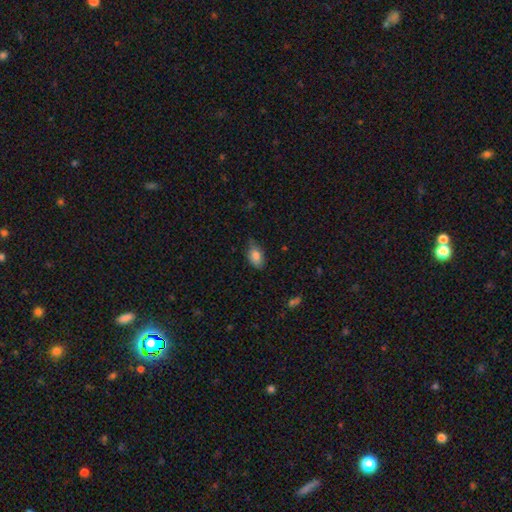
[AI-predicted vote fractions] smooth-or-featured: smooth: 82% | featured or disk: 10% | star or artifact: 8%
  how-rounded: in between: 90% | round: 7% | cigar-shaped: 4%
  merging: none: 65% | minor disturbance: 29% | major disturbance: 5% | merger: 1%